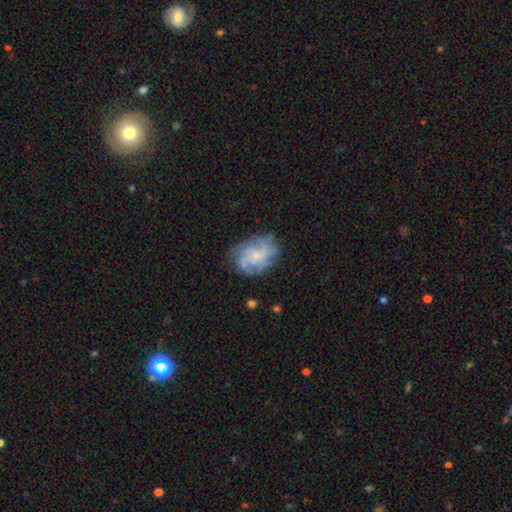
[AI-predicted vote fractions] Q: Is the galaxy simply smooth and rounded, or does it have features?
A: featured or disk — 60%.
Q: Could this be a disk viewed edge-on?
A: no — 97%.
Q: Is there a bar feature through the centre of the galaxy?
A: no — 78%.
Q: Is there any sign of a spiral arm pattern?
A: yes — 72%.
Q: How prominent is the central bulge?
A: small — 66%.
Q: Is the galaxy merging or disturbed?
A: none — 66%.